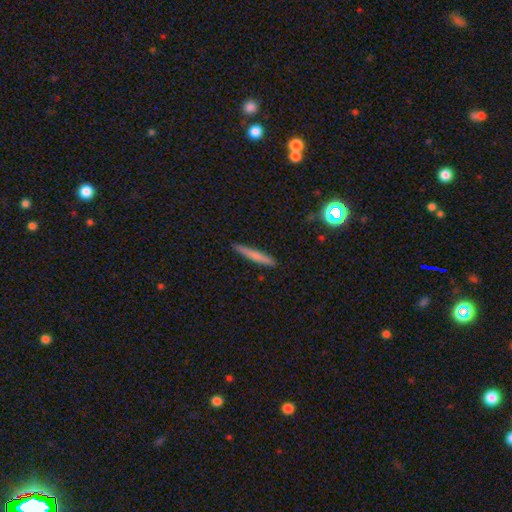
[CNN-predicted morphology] smooth 68%, featured or disk 25%, star or artifact 7%. Down the decision tree: how rounded — cigar-shaped (95%); merging — none (89%).